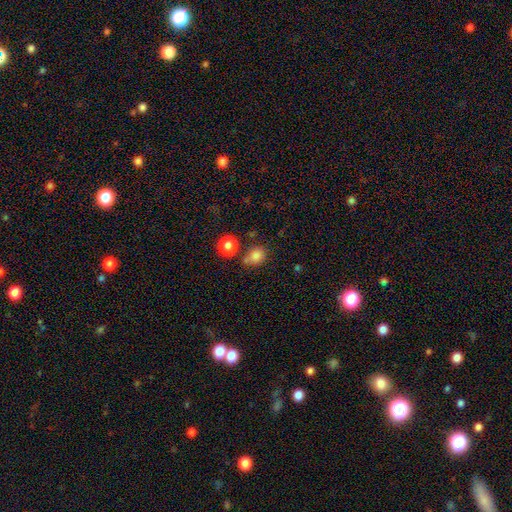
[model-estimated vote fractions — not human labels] Overall: smooth (82%). How rounded: round (62%; in between 37%). Merging: none (60%; merger 20%).